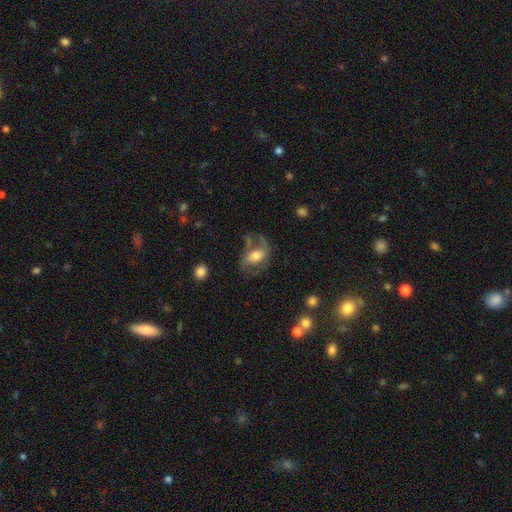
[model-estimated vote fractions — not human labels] The model was most divided on "bar": weak: 37%, no: 33%, strong: 29%. Remaining: edge-on disk — no (94%); spiral arms — yes (81%); smooth or featured — featured or disk (64%); bulge size — moderate (64%); merging — none (47%).